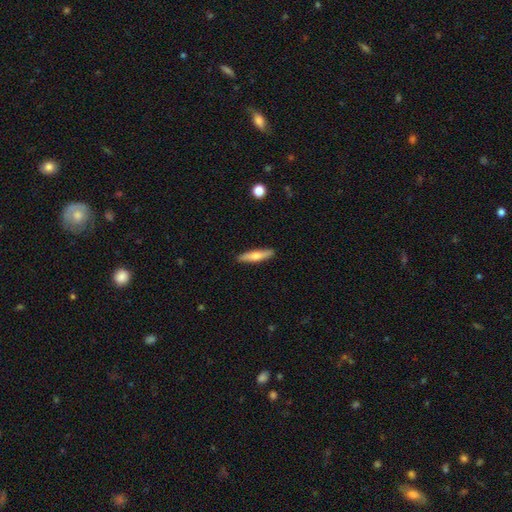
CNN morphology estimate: A smooth galaxy with no disk features (58%) that is cigar-shaped (85%). Merging: none (90%).